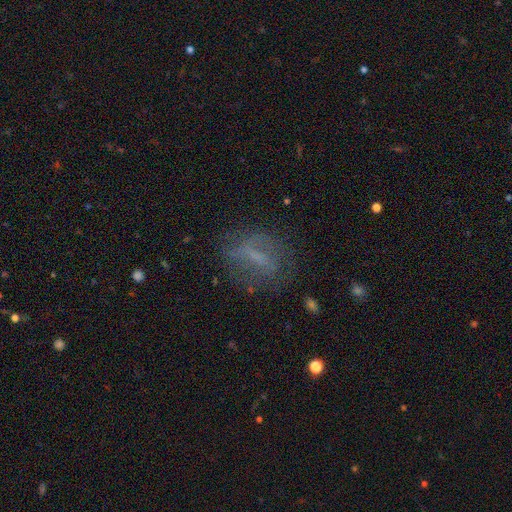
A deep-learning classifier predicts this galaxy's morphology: Q: Smooth or featured?
A: featured or disk (44%); runner-up: smooth (38%)
Q: Merging?
A: none (64%); runner-up: minor disturbance (19%)